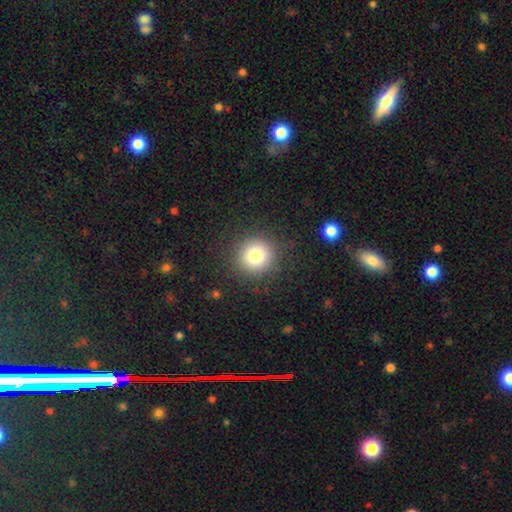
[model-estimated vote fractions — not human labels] This appears to be a smooth galaxy with no disk features (79%) that is round (93%). Merging: none (90%).